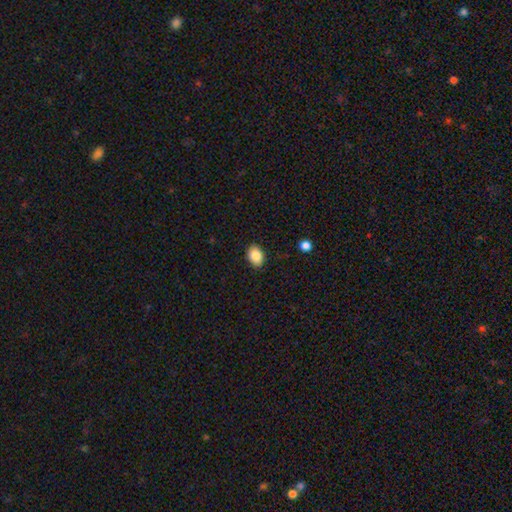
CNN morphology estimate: A smooth galaxy with no disk features (87%) that is in between round and cigar-shaped (81%). Merging: none (87%).